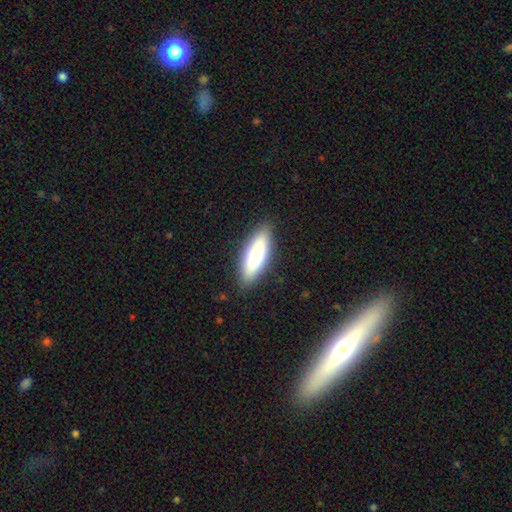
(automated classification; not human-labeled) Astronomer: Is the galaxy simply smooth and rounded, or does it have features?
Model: smooth — 71%.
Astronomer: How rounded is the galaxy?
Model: in between — 55% (runner-up: cigar-shaped, 43%).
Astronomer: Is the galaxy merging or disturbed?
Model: none — 87%.